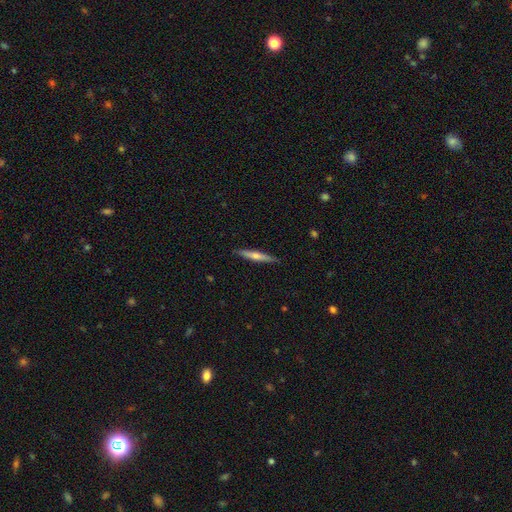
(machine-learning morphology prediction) This appears to be a featured or disk galaxy (53%) viewed edge-on (97%) with a rounded central bulge (76%). Merging: none (90%).